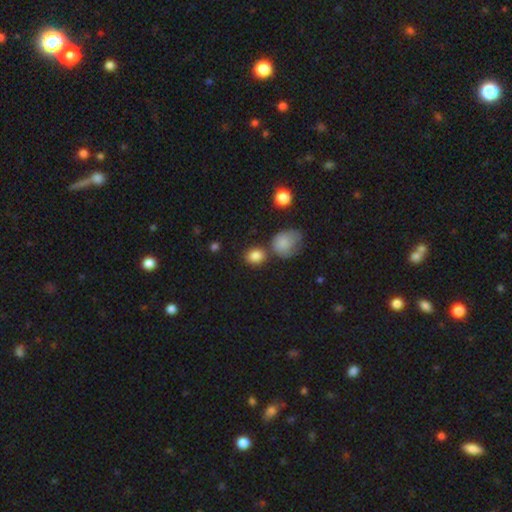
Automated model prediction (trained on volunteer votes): This is clearly a smooth galaxy (84%). How rounded: possibly round (57%). Merging: likely none (64%).